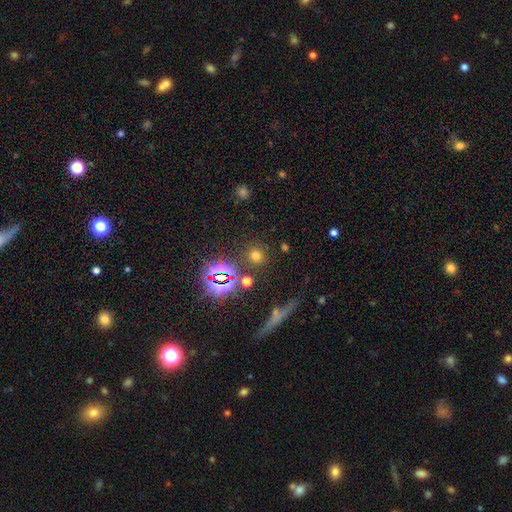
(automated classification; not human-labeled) Smooth or featured: smooth — 62% (star or artifact — 30%)
How rounded: round — 90% (in between — 8%)
Merging: none — 84% (minor disturbance — 8%)